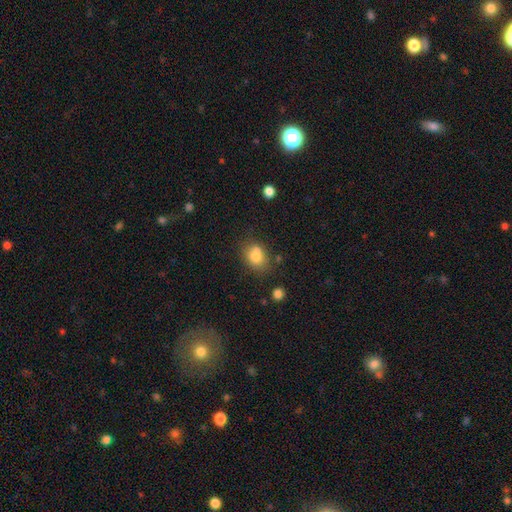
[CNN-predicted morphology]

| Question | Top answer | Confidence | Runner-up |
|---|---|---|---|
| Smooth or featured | smooth | 79% | star or artifact (11%) |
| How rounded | in between | 55% | round (44%) |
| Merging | none | 56% | minor disturbance (21%) |